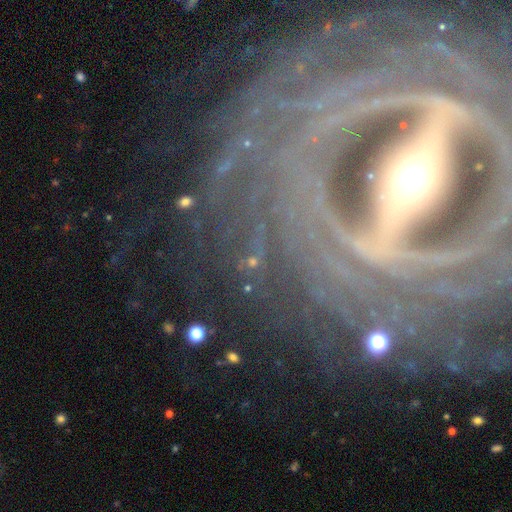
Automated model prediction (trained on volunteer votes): Morphology: type=featured or disk (76%); edge-on=no (87%); bar=strong (62%); spiral arms=yes (89%); winding=tight (67%); arm count=can't tell (27%); bulge=moderate (42%); merging=none (74%).